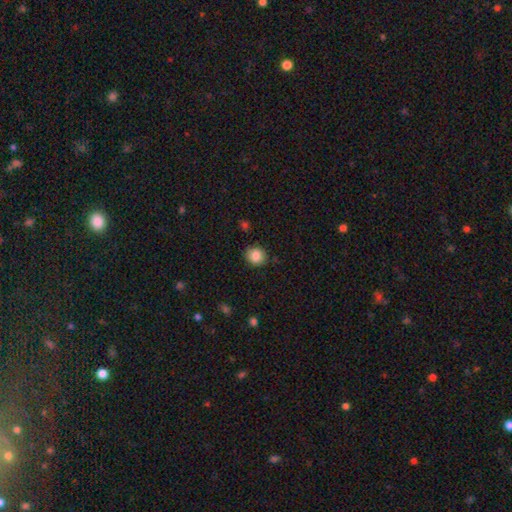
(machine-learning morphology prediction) smooth-or-featured: smooth: 85% | star or artifact: 9% | featured or disk: 6%
  how-rounded: round: 81% | in between: 18% | cigar-shaped: 1%
  merging: none: 85% | minor disturbance: 11% | major disturbance: 2% | merger: 2%